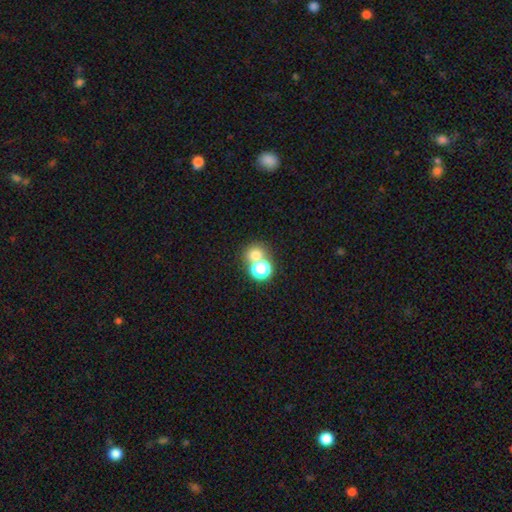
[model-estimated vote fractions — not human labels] Smooth or featured?
  - smooth: 68% *
  - star or artifact: 23%
  - featured or disk: 9%
How rounded?
  - round: 81% *
  - in between: 18%
  - cigar-shaped: 1%
Merging?
  - none: 52% *
  - merger: 38%
  - minor disturbance: 6%
  - major disturbance: 4%